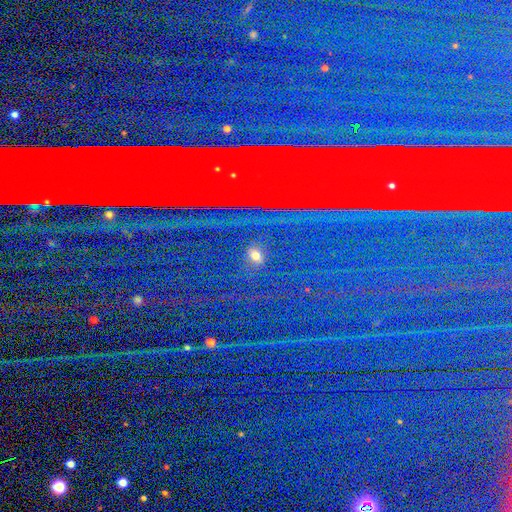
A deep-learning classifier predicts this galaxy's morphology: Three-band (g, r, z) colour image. It shows a smooth galaxy with no disk features (52%) that is in between round and cigar-shaped (57%). Merging: none (83%).